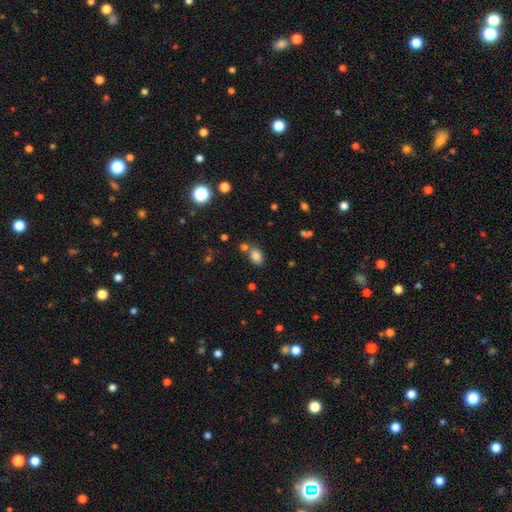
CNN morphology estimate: smooth_or_featured: smooth (p=0.82) [alt: star or artifact p=0.12]
how_rounded: in between (p=0.81) [alt: round p=0.17]
merging: none (p=0.63) [alt: merger p=0.20]